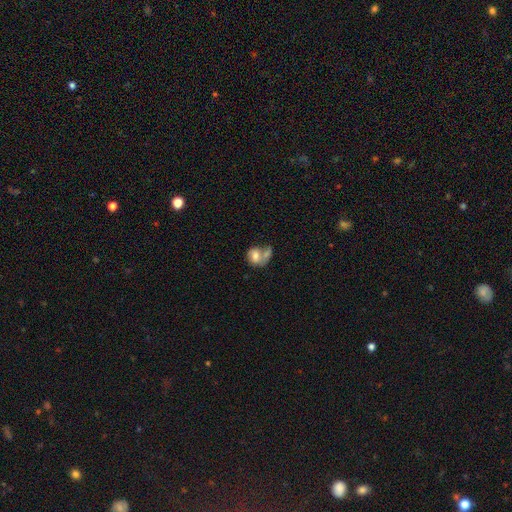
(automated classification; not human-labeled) Overall: smooth (63%; featured or disk 29%). How rounded: in between (50%; round 49%). Merging: merger (53%; none 23%).